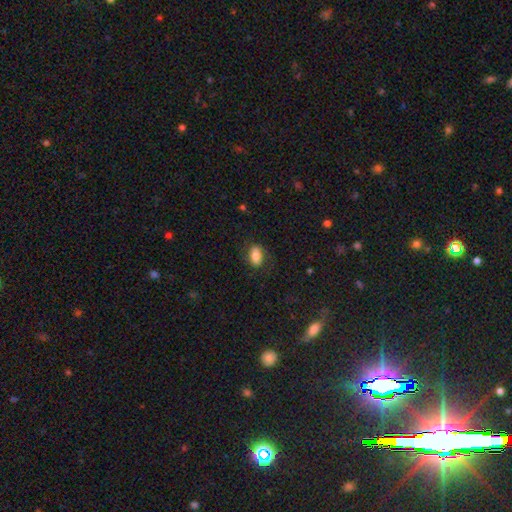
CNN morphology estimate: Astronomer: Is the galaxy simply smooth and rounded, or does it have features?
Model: smooth — 78%.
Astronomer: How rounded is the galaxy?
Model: in between — 88%.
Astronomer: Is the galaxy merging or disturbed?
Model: none — 76%.